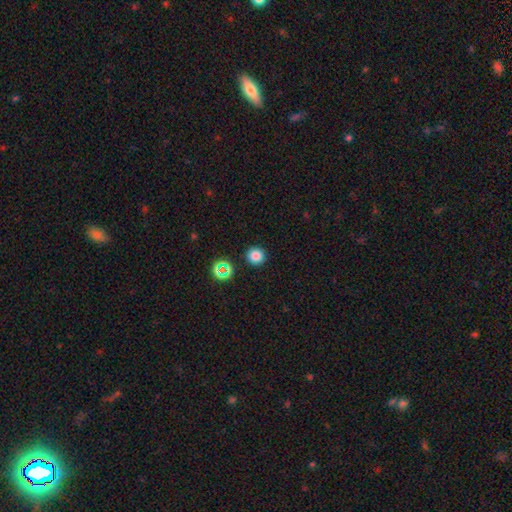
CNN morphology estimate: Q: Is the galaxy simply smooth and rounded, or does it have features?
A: smooth — 80%.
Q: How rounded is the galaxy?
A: round — 94%.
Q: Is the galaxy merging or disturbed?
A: none — 91%.